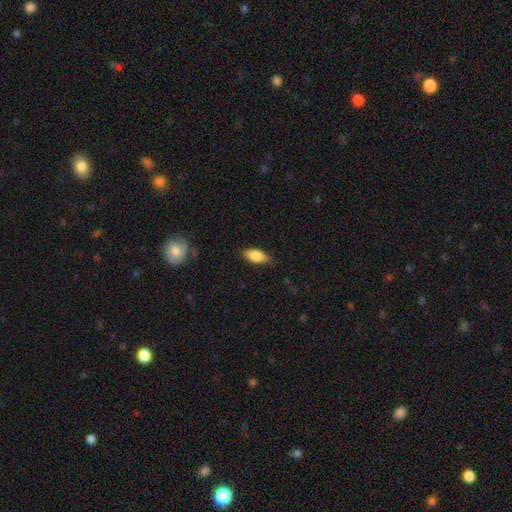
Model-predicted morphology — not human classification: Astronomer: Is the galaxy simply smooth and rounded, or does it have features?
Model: smooth — 81%.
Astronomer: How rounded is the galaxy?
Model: in between — 84%.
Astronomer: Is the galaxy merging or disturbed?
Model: none — 80%.